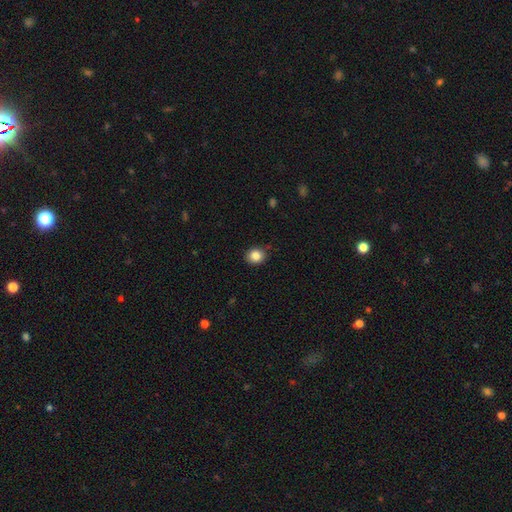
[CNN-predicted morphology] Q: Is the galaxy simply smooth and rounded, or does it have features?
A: smooth — 85%.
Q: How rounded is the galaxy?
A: round — 72%.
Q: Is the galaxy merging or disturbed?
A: none — 87%.